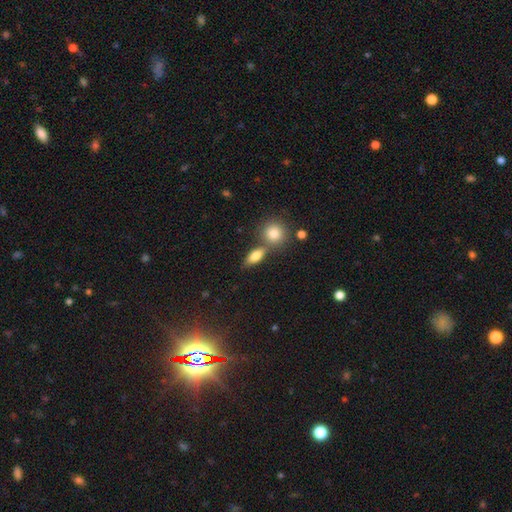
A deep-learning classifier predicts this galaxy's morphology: Q: Smooth or featured?
A: smooth (81%); runner-up: featured or disk (10%)
Q: How rounded?
A: in between (75%); runner-up: cigar-shaped (14%)
Q: Merging?
A: none (60%); runner-up: merger (23%)